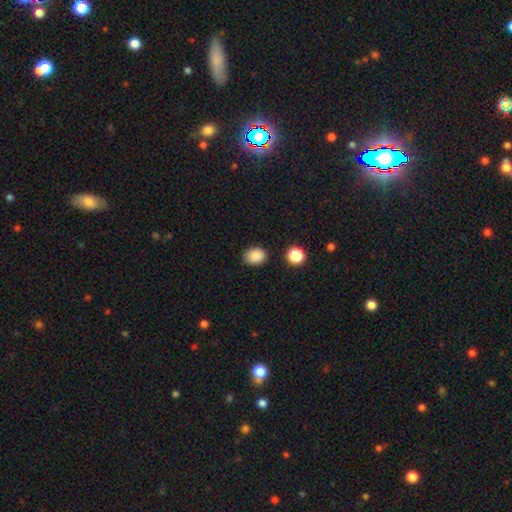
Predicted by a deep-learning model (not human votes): Overall: smooth (87%). How rounded: in between (57%; round 42%). Merging: none (85%).